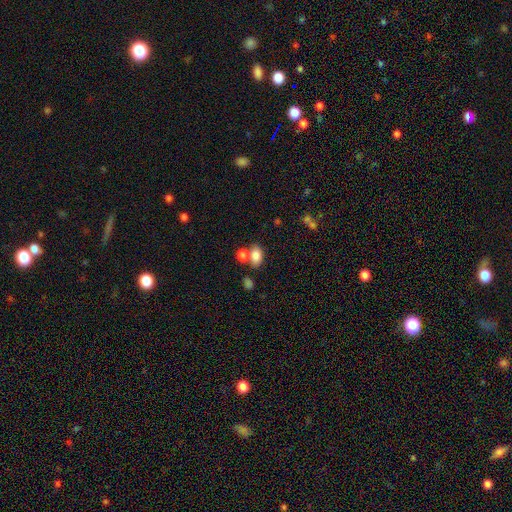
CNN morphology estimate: Smooth or featured? Predicted: smooth (p=0.82). How rounded? Predicted: in between (p=0.84). Merging? Predicted: none (p=0.52).